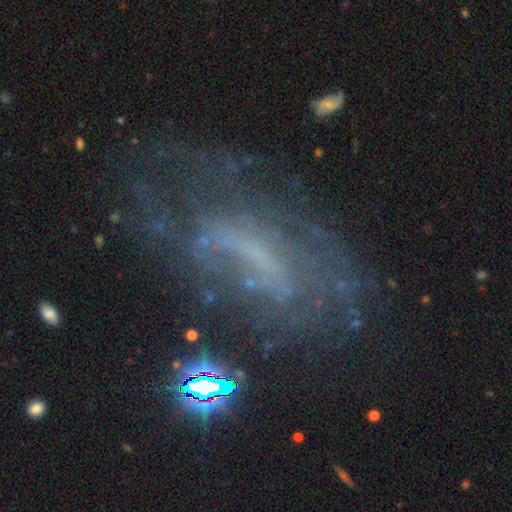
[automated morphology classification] type=featured or disk (61%); edge-on=no (89%); bar=no (40%); spiral arms=yes (52%); bulge=none (55%); merging=none (46%).